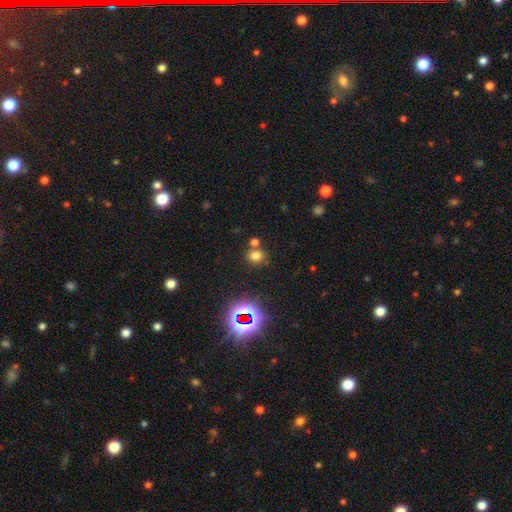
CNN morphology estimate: Smooth or featured?
  - smooth: 68% *
  - star or artifact: 24%
  - featured or disk: 8%
How rounded?
  - round: 79% *
  - in between: 20%
  - cigar-shaped: 1%
Merging?
  - none: 68% *
  - merger: 19%
  - minor disturbance: 9%
  - major disturbance: 3%